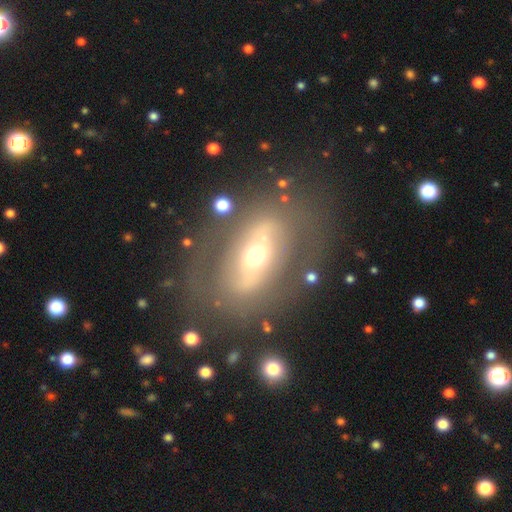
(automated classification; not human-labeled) smooth-or-featured: featured or disk: 63% | smooth: 28% | star or artifact: 9%
  disk-edge-on: no: 85% | yes: 15%
    bar: strong: 39% | no: 37% | weak: 24%
    has-spiral-arms: no: 71% | yes: 29%
    bulge-size: moderate: 63% | small: 24% | large: 10% | dominant: 2% | none: 1%
  merging: none: 75% | minor disturbance: 13% | major disturbance: 10% | merger: 3%